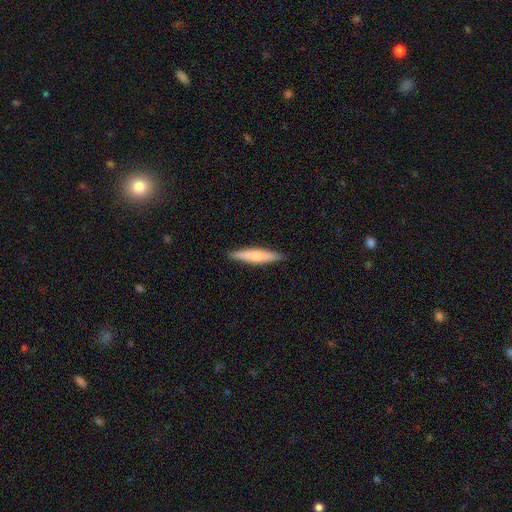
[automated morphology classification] The model was most divided on "smooth or featured": smooth: 63%, featured or disk: 32%, star or artifact: 5%. More confident: merging — none (90%); how rounded — cigar-shaped (89%).